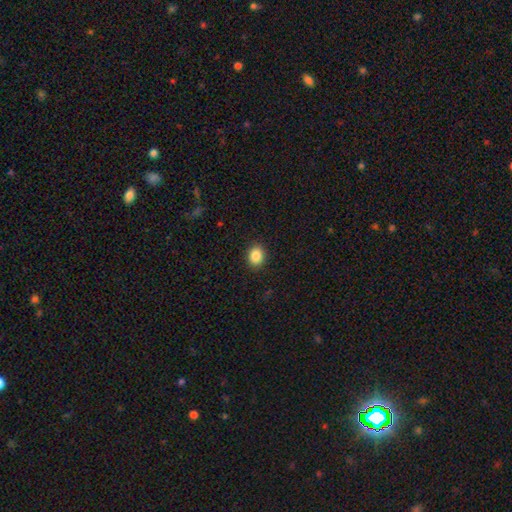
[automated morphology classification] smooth-or-featured: smooth: 87% | star or artifact: 9% | featured or disk: 4%
  how-rounded: in between: 50% | round: 49% | cigar-shaped: 1%
  merging: none: 90% | minor disturbance: 7% | major disturbance: 2% | merger: 1%